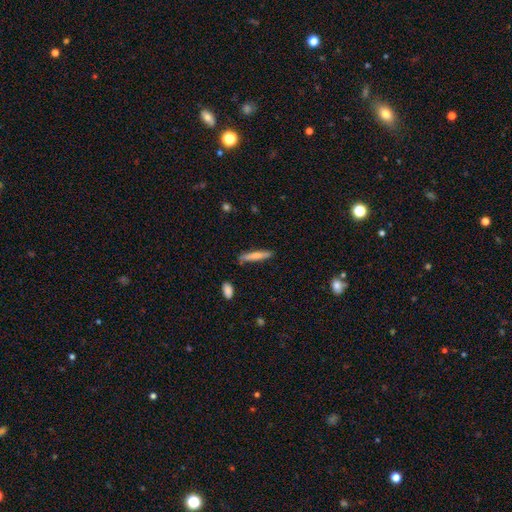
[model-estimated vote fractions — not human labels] This appears to be a smooth galaxy with no disk features (66%) that is cigar-shaped (92%). Merging: none (83%).